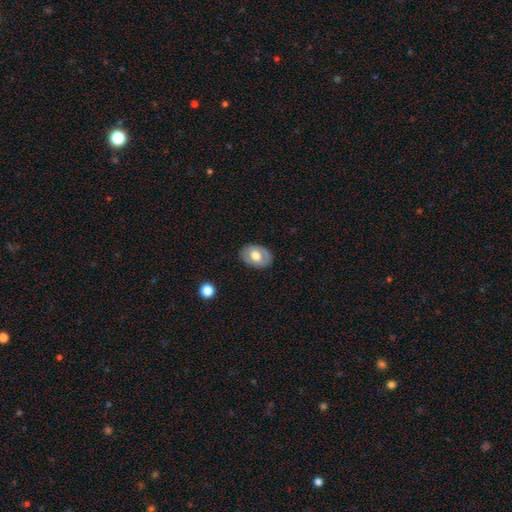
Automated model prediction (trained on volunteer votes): Q: Smooth or featured?
A: smooth (56%); runner-up: featured or disk (37%)
Q: How rounded?
A: in between (79%); runner-up: round (20%)
Q: Merging?
A: none (81%); runner-up: minor disturbance (14%)